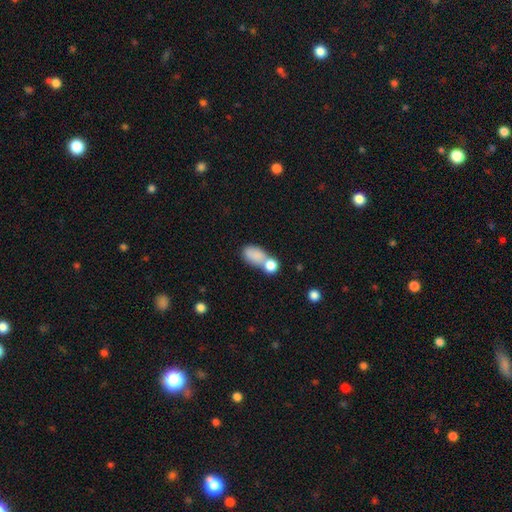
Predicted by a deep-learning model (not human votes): Smooth or featured: smooth — 81% (featured or disk — 11%)
How rounded: in between — 78% (round — 18%)
Merging: merger — 54% (none — 26%)